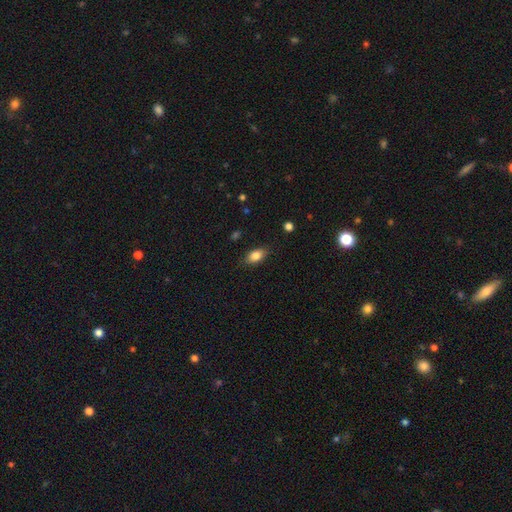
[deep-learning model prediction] Overall: smooth (83%). How rounded: in between (86%). Merging: none (83%).